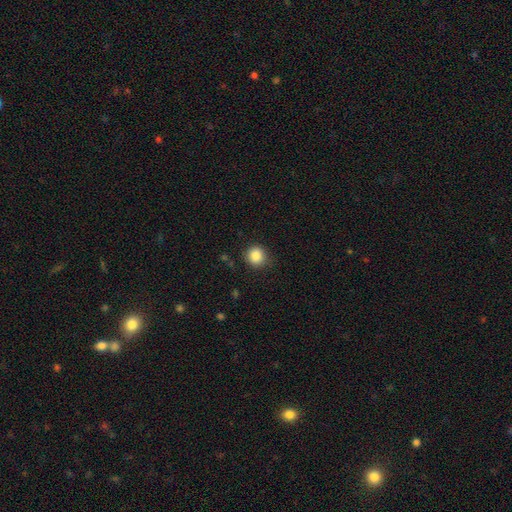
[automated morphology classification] Overall: smooth (86%). How rounded: round (91%). Merging: none (86%).